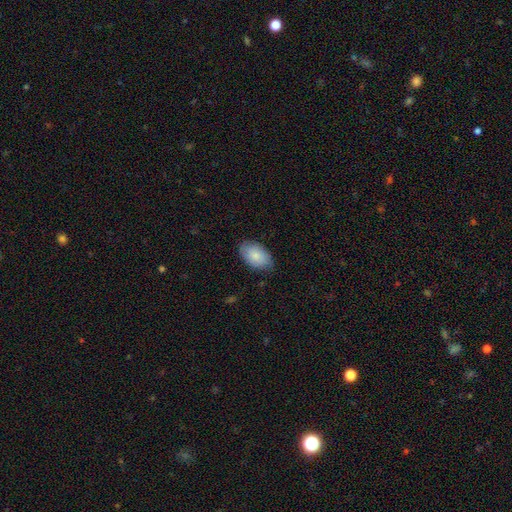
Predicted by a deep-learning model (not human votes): Morphology: type=smooth (82%); roundness=in between (94%); merging=none (79%).